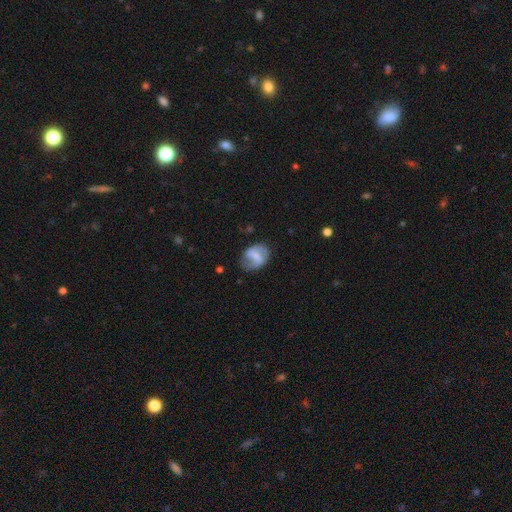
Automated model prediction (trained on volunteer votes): Overall: featured or disk (55%; smooth 37%). Edge-on disk: no (97%). Bar: weak (46%; strong 29%). Spiral arms: yes (75%). Bulge size: small (36%; none 31%). Merging: none (61%; minor disturbance 25%).